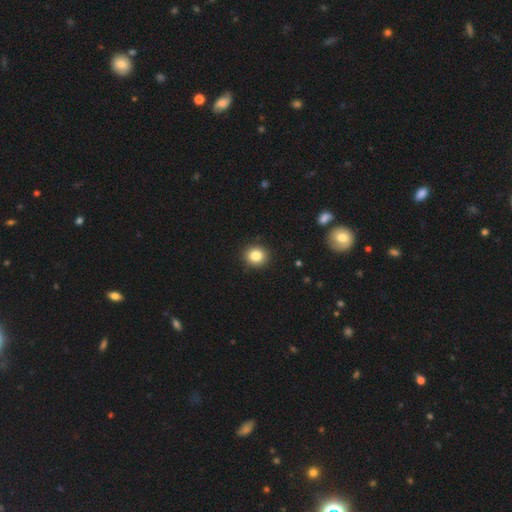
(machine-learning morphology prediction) Smooth or featured?
  - smooth: 84% *
  - star or artifact: 10%
  - featured or disk: 5%
How rounded?
  - round: 85% *
  - in between: 14%
  - cigar-shaped: 1%
Merging?
  - none: 92% *
  - minor disturbance: 5%
  - major disturbance: 2%
  - merger: 1%